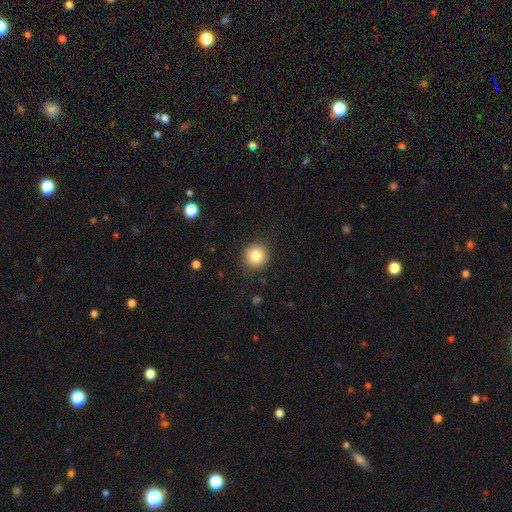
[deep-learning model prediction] The model was most divided on "smooth or featured": smooth: 83%, star or artifact: 10%, featured or disk: 7%. More confident: how rounded — round (94%); merging — none (90%).